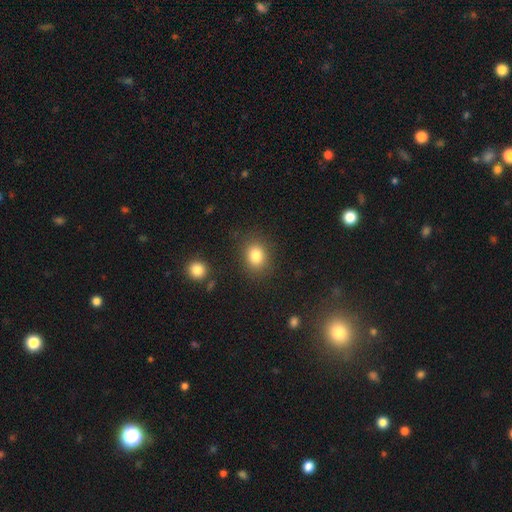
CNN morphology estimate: Smooth or featured? Predicted: smooth (p=0.82). How rounded? Predicted: round (p=0.58). Merging? Predicted: none (p=0.84).